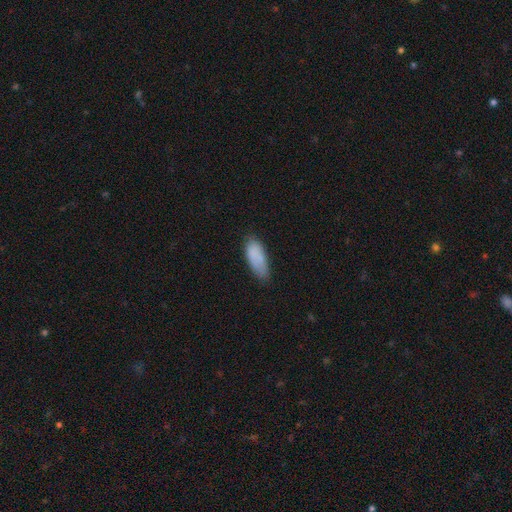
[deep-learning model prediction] Smooth or featured? smooth (85%)
How rounded? in between (78%)
Merging? none (68%)